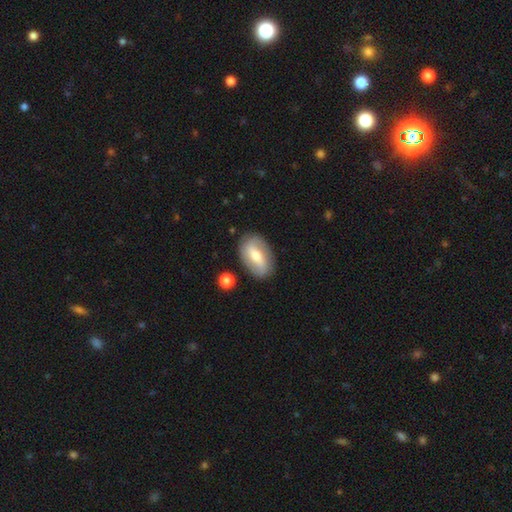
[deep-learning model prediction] Smooth or featured? Predicted: featured or disk (p=0.56). Edge-on disk? Predicted: no (p=0.90). Bar? Predicted: strong (p=0.43). Spiral arms? Predicted: yes (p=0.65). Bulge size? Predicted: moderate (p=0.62). Merging? Predicted: none (p=0.83).